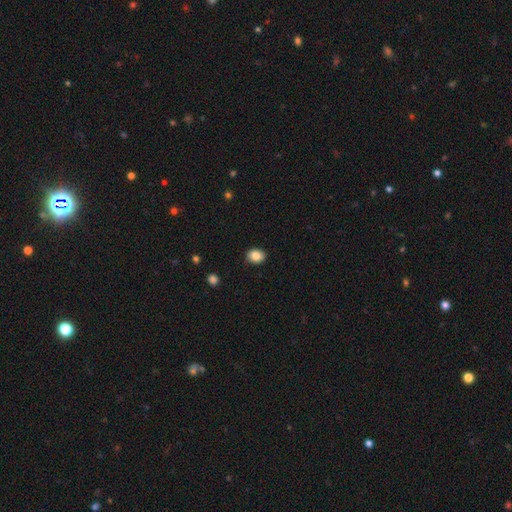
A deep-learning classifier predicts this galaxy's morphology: Smooth or featured? Predicted: smooth (p=0.84). How rounded? Predicted: in between (p=0.55). Merging? Predicted: none (p=0.87).